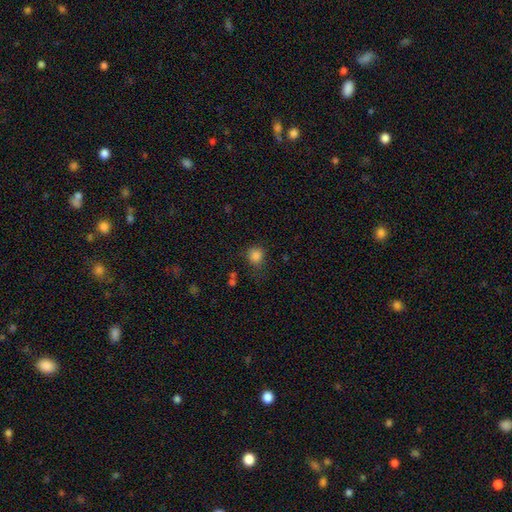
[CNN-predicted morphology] This appears to be a smooth galaxy with no disk features (84%) that is round (87%). Merging: none (74%).